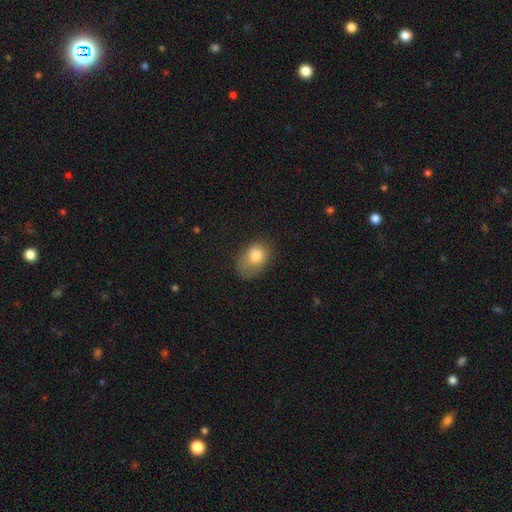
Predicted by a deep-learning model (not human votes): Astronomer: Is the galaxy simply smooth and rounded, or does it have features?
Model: smooth — 80%.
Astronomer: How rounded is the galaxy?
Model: in between — 68%.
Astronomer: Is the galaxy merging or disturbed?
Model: none — 42% (runner-up: minor disturbance, 33%).